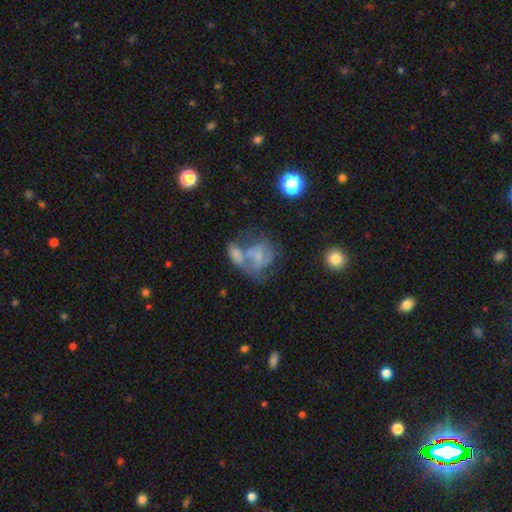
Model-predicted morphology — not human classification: smooth_or_featured: featured or disk (p=0.50) [alt: smooth p=0.38]
disk_edge_on: no (p=0.97) [alt: yes p=0.03]
merging: merger (p=0.48) [alt: none p=0.21]